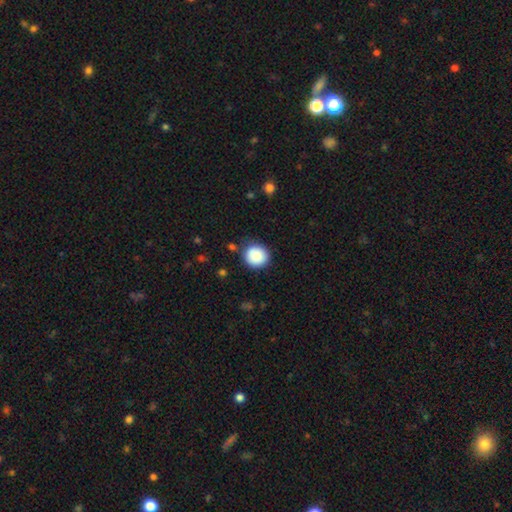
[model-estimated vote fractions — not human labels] Morphology: type=smooth (86%); roundness=round (89%); merging=none (83%).